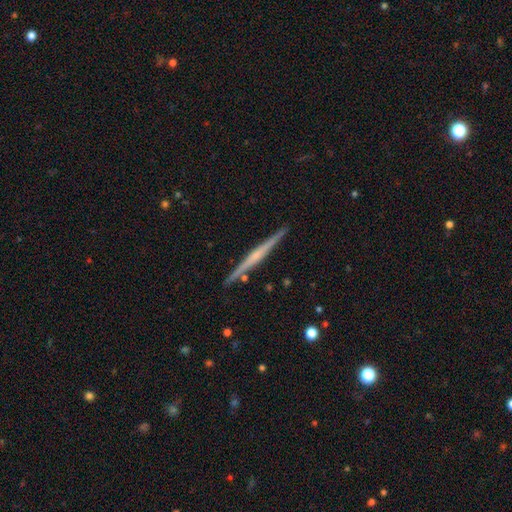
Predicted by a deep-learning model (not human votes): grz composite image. It shows a featured or disk galaxy (72%) viewed edge-on (98%) with no central bulge (45%). Merging: none (90%).